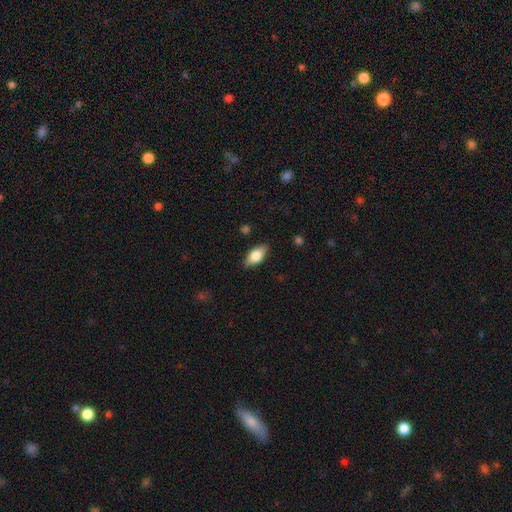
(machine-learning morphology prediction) Smooth or featured?
  - smooth: 74% *
  - featured or disk: 19%
  - star or artifact: 7%
How rounded?
  - in between: 88% *
  - cigar-shaped: 9%
  - round: 3%
Merging?
  - none: 86% *
  - minor disturbance: 11%
  - major disturbance: 2%
  - merger: 1%